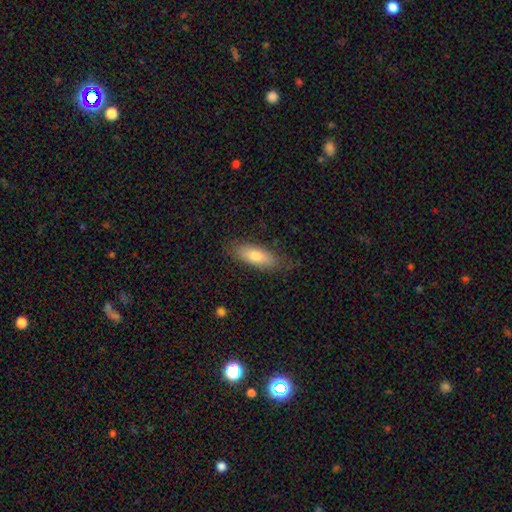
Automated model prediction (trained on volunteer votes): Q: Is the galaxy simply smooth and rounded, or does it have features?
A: smooth — 73%.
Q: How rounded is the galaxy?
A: in between — 68%.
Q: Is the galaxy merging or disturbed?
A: none — 79%.